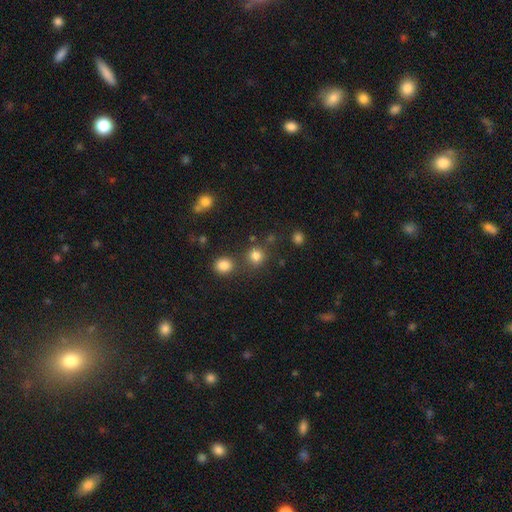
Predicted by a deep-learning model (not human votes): Smooth or featured? Predicted: smooth (p=0.80). How rounded? Predicted: round (p=0.88). Merging? Predicted: none (p=0.73).